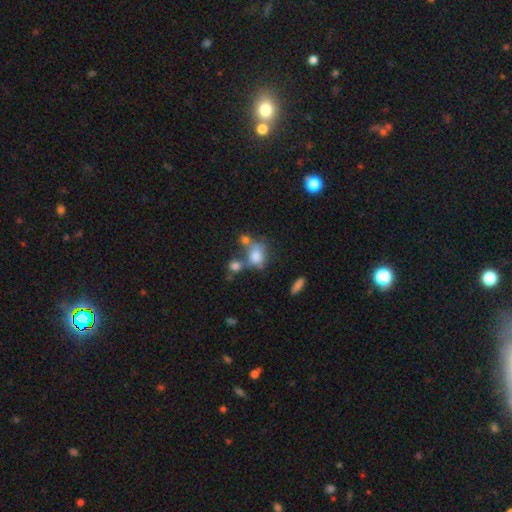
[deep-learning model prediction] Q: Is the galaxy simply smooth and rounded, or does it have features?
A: smooth — 70%.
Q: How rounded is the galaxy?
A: in between — 66%.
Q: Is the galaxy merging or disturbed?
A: merger — 41%.